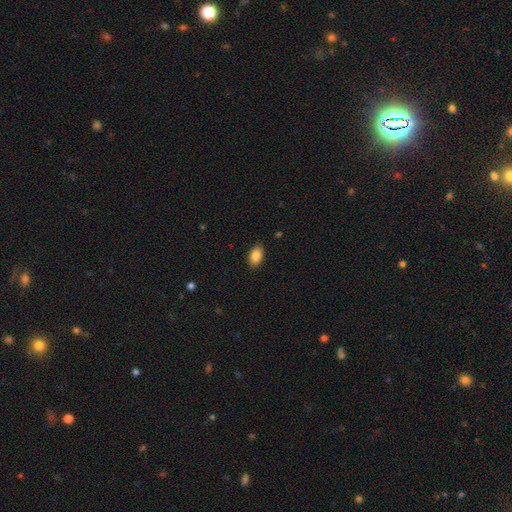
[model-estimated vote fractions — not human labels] Overall: smooth (87%). How rounded: in between (91%). Merging: none (87%).